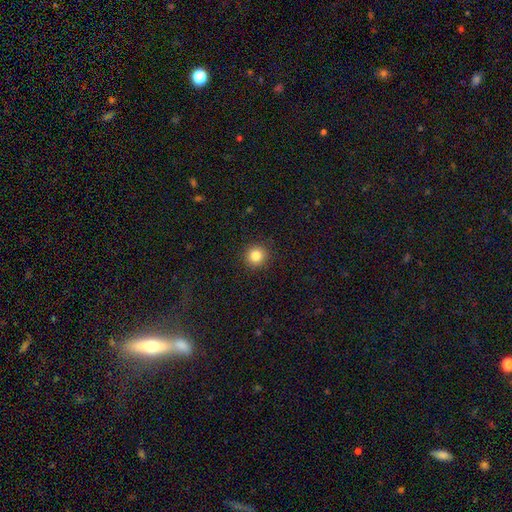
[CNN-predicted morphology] smooth 84%, star or artifact 11%, featured or disk 5%. Down the decision tree: how rounded — round (94%); merging — none (92%).